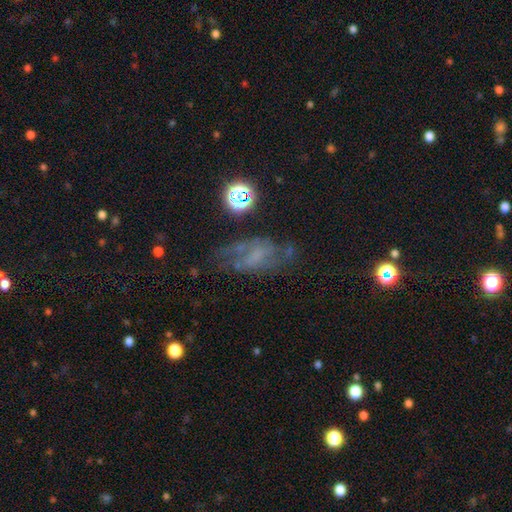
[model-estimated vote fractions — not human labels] This is possibly a featured or disk galaxy (56%). It is clearly not viewed edge-on (92%). Bar: possibly no (50%). Spiral arm pattern: likely yes (68%). Central bulge: possibly none (53%). Merging: possibly none (55%).